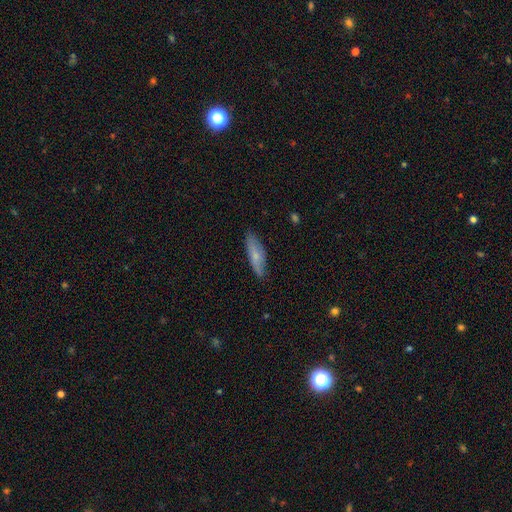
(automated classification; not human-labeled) This appears to be a smooth galaxy with no disk features (65%) that is cigar-shaped (59%). Merging: none (81%).